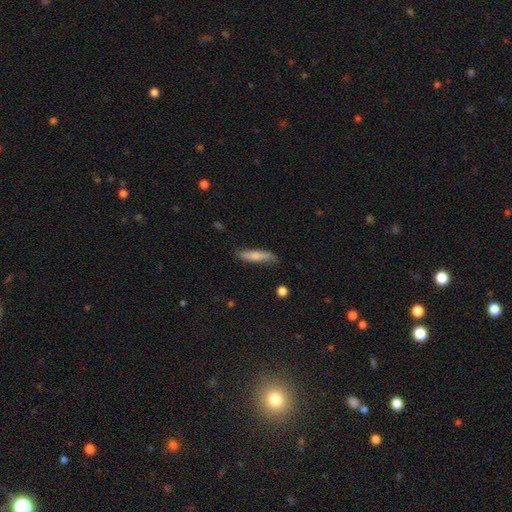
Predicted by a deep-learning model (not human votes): Q: Smooth or featured?
A: smooth (75%); runner-up: featured or disk (19%)
Q: How rounded?
A: cigar-shaped (79%); runner-up: in between (20%)
Q: Merging?
A: none (77%); runner-up: minor disturbance (18%)